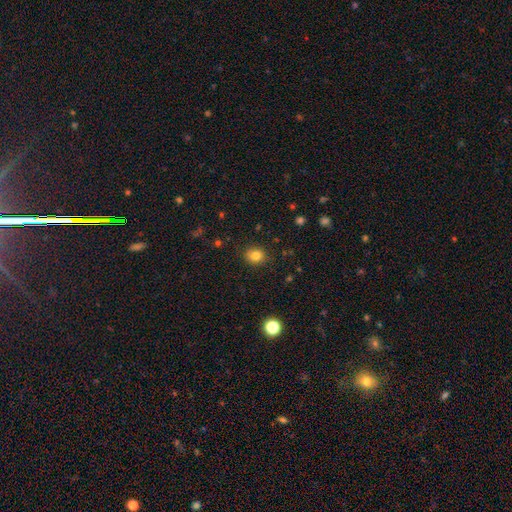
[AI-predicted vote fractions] A smooth galaxy with no disk features (81%) that is round (73%). Merging: none (88%).